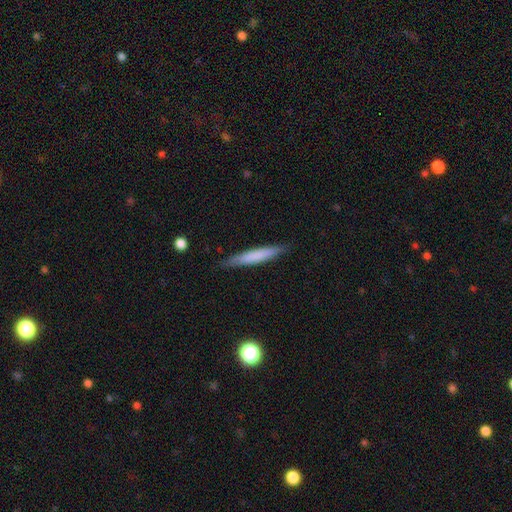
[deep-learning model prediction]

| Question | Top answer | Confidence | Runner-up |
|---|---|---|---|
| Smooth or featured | smooth | 70% | featured or disk (24%) |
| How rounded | cigar-shaped | 93% | in between (6%) |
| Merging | none | 87% | minor disturbance (10%) |